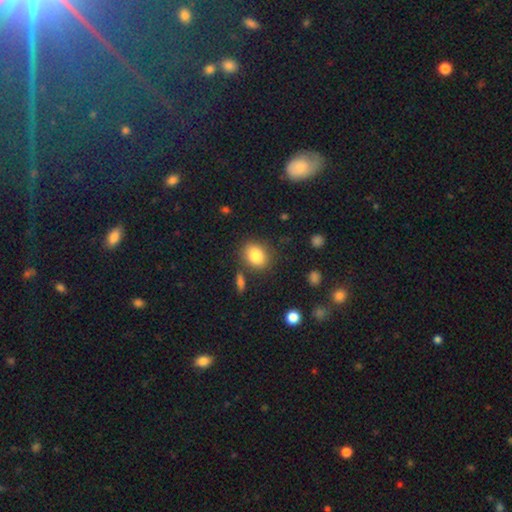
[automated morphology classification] This appears to be a smooth galaxy with no disk features (83%) that is in between round and cigar-shaped (50%). Merging: none (80%).